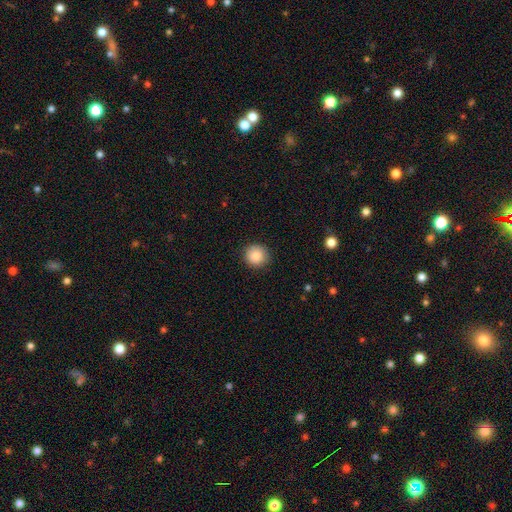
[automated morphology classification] The model was most divided on "smooth or featured": smooth: 87%, star or artifact: 9%, featured or disk: 4%. More confident: how rounded — round (92%); merging — none (89%).